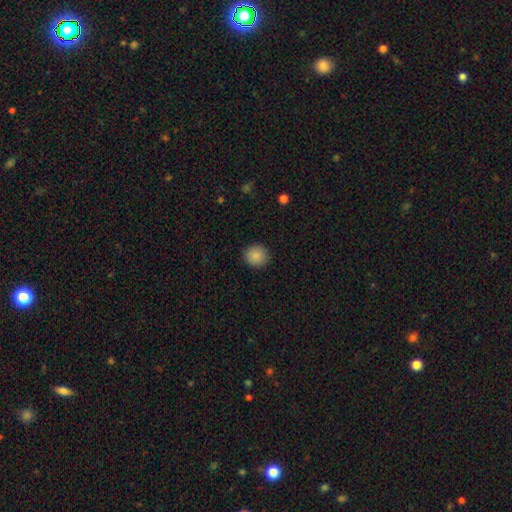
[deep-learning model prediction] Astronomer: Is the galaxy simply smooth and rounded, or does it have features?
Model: smooth — 88%.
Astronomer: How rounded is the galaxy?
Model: round — 89%.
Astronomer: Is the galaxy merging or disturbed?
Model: none — 91%.